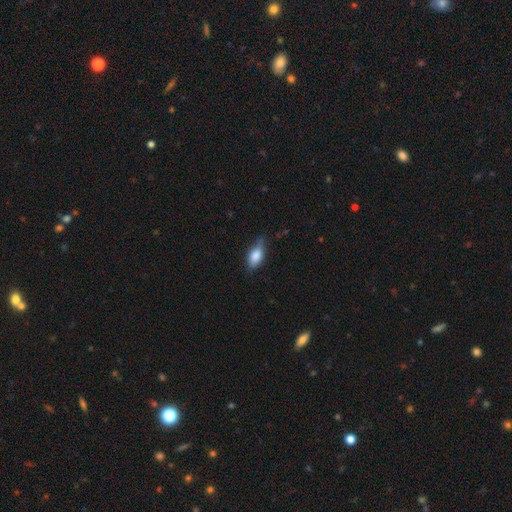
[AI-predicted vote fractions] The model was most divided on "merging": none: 64%, minor disturbance: 30%, major disturbance: 5%, merger: 1%. More confident: how rounded — in between (86%); smooth or featured — smooth (80%).